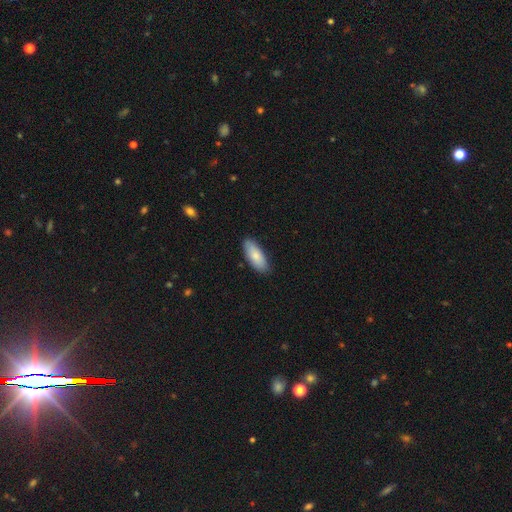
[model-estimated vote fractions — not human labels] smooth_or_featured: smooth (p=0.82) [alt: featured or disk p=0.12]
how_rounded: in between (p=0.80) [alt: cigar-shaped p=0.19]
merging: none (p=0.83) [alt: minor disturbance p=0.14]